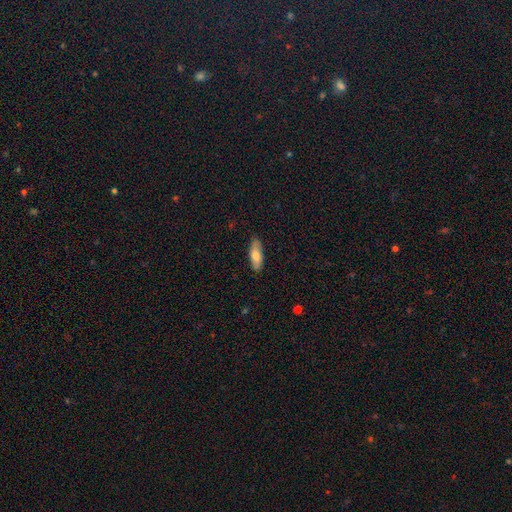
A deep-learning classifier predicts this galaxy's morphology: smooth_or_featured: smooth (p=0.73) [alt: featured or disk p=0.21]
how_rounded: in between (p=0.66) [alt: cigar-shaped p=0.31]
merging: none (p=0.85) [alt: minor disturbance p=0.12]